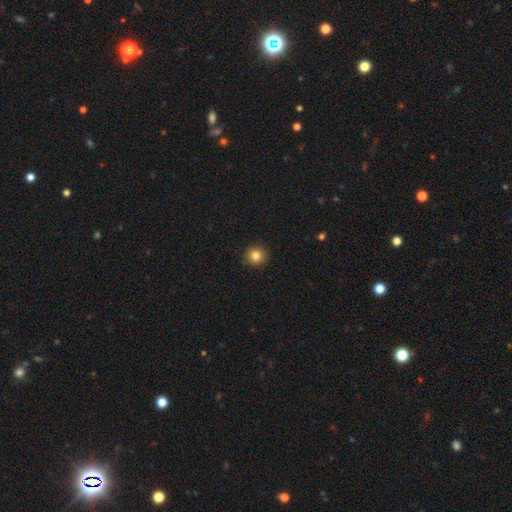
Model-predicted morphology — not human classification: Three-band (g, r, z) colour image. It shows a smooth galaxy with no disk features (83%) that is round (93%). Merging: none (92%).